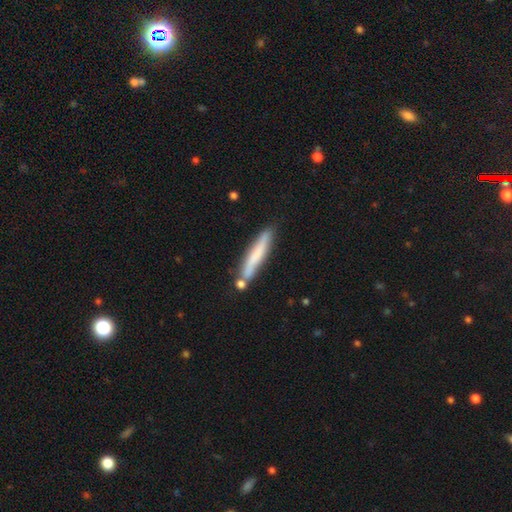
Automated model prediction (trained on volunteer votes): The model was most divided on "smooth or featured": smooth: 63%, featured or disk: 31%, star or artifact: 6%. More confident: how rounded — cigar-shaped (93%); merging — none (72%).